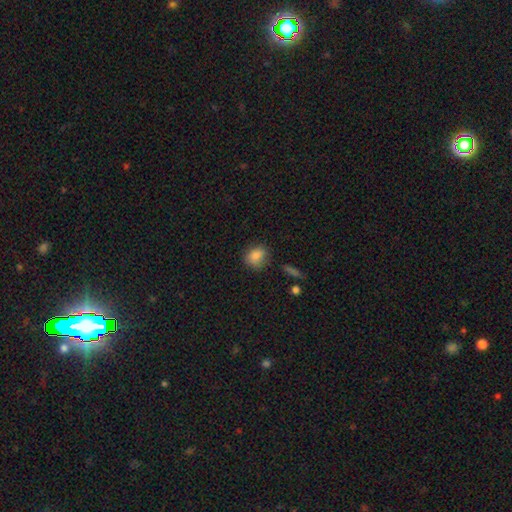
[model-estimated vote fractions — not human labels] smooth_or_featured: smooth (p=0.83) [alt: star or artifact p=0.10]
how_rounded: round (p=0.55) [alt: in between p=0.43]
merging: none (p=0.71) [alt: minor disturbance p=0.21]